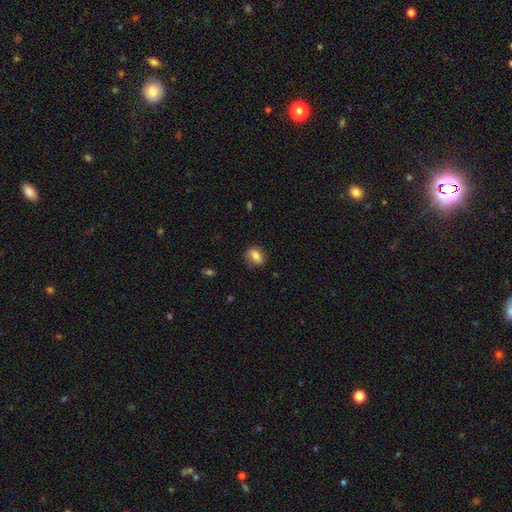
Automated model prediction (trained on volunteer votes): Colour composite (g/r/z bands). It shows a smooth galaxy with no disk features (78%) that is in between round and cigar-shaped (74%). Merging: none (77%).